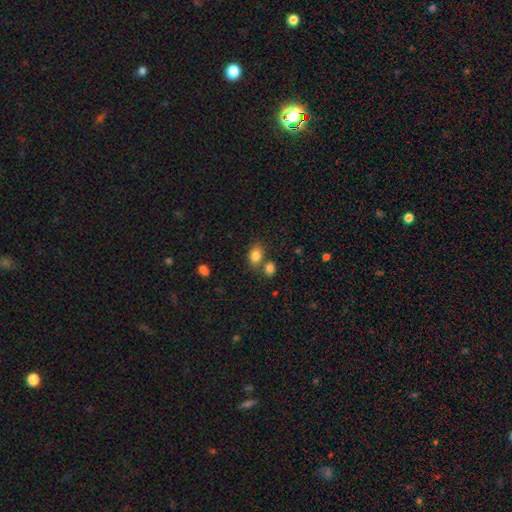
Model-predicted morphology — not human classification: smooth-or-featured: smooth: 83% | star or artifact: 10% | featured or disk: 7%
  how-rounded: in between: 69% | round: 29% | cigar-shaped: 1%
  merging: none: 61% | merger: 23% | minor disturbance: 12% | major disturbance: 4%